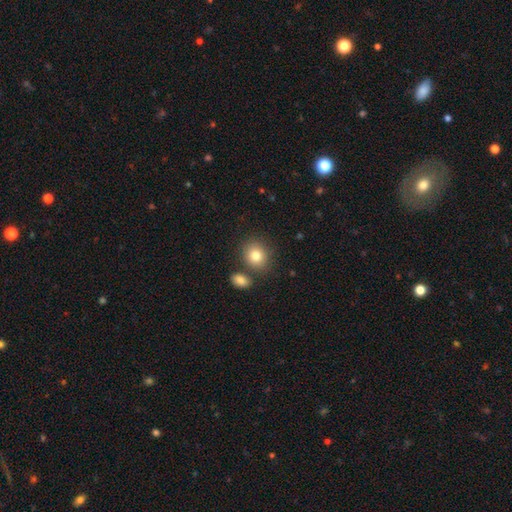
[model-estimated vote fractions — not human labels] This is clearly a smooth galaxy (82%). How rounded: likely round (71%). Merging: likely none (74%).